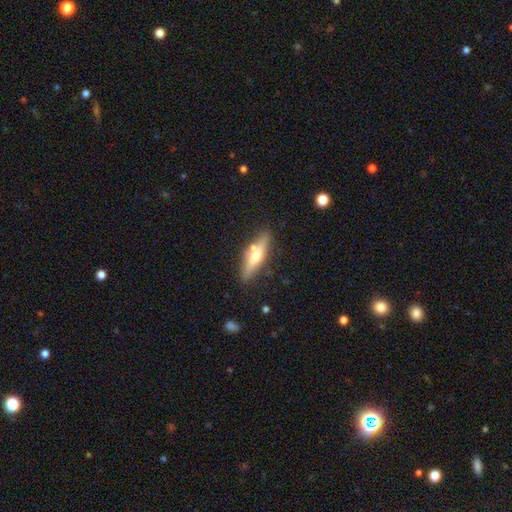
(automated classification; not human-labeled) A featured or disk galaxy (56%) viewed edge-on (90%) with a rounded central bulge (92%).

Vote fractions:
- Smooth or featured? featured or disk: 56% / smooth: 37% / star or artifact: 7%
- Edge-on disk? yes: 90% / no: 10%
- Edge-on bulge? rounded: 92% / none: 4% / boxy: 3%
- Merging? none: 79% / minor disturbance: 12% / merger: 6% / major disturbance: 3%